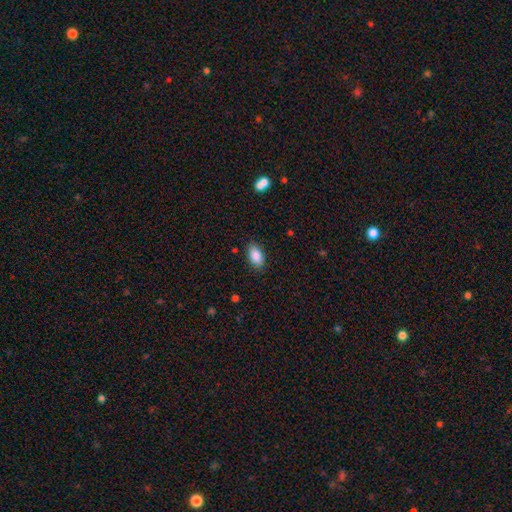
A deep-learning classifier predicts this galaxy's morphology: Smooth or featured? Predicted: smooth (p=0.87). How rounded? Predicted: in between (p=0.92). Merging? Predicted: none (p=0.86).